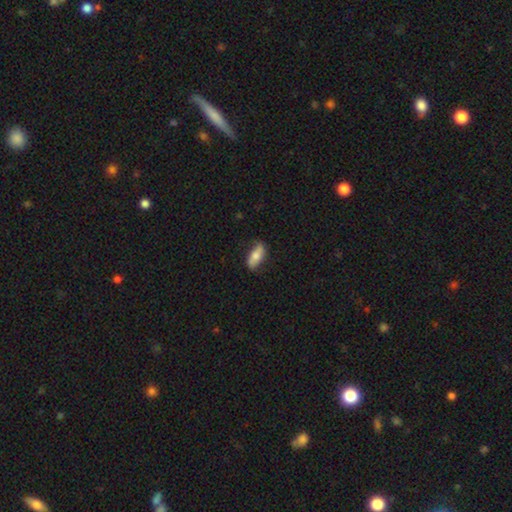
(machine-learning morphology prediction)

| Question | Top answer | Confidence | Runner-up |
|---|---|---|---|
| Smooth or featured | smooth | 64% | featured or disk (30%) |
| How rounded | in between | 78% | cigar-shaped (18%) |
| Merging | none | 73% | minor disturbance (21%) |